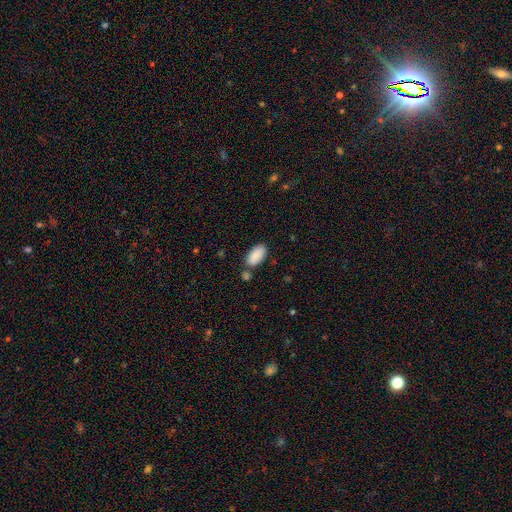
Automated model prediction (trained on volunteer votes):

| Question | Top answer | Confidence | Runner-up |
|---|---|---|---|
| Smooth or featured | smooth | 89% | star or artifact (6%) |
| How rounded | in between | 94% | cigar-shaped (3%) |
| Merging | none | 71% | minor disturbance (13%) |